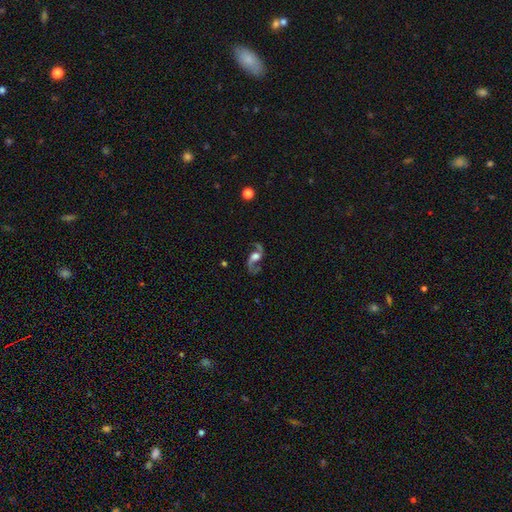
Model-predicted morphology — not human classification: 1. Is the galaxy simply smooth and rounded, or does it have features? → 86% featured or disk, 8% smooth, 7% star or artifact.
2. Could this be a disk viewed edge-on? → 96% no, 4% yes.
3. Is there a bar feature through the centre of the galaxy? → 57% no, 31% weak, 12% strong.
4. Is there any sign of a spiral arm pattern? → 96% yes, 4% no.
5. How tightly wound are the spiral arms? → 69% loose, 26% medium, 5% tight.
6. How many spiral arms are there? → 92% 2, 4% 1, 2% can't tell, 1% 3, 1% 4, 1% more than 4.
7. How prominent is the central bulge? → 42% large, 40% moderate, 8% small, 5% dominant, 4% none.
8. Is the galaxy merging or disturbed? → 69% none, 14% major disturbance, 14% minor disturbance, 3% merger.